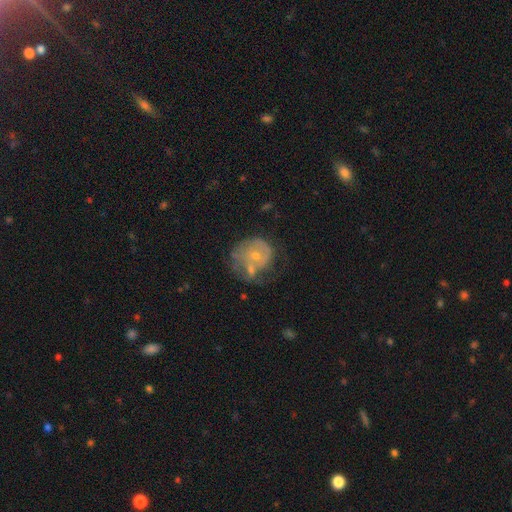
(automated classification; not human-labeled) Smooth or featured? Predicted: featured or disk (p=0.63). Edge-on disk? Predicted: no (p=0.98). Bar? Predicted: no (p=0.80). Spiral arms? Predicted: yes (p=0.64). Bulge size? Predicted: small (p=0.62). Merging? Predicted: none (p=0.41).